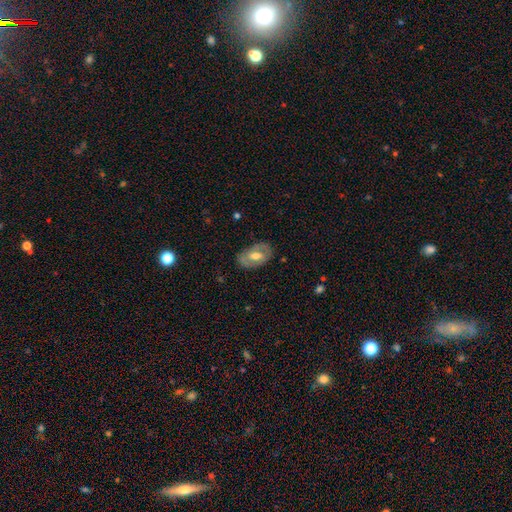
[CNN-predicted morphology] featured or disk 54%, smooth 39%, star or artifact 6%. Down the decision tree: edge-on disk — no (92%); merging — none (78%).